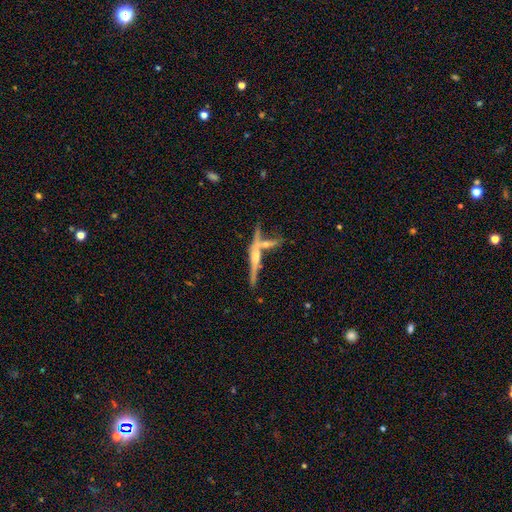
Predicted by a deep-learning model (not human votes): Smooth or featured? featured or disk (73%)
Edge-on disk? yes (95%)
Edge-on bulge? rounded (73%)
Merging? none (56%)